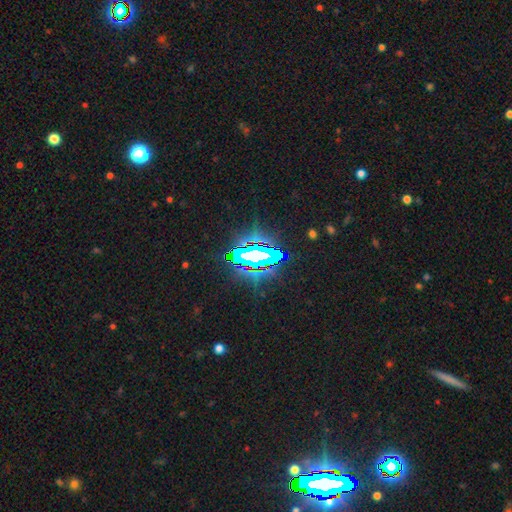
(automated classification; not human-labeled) Q: Smooth or featured?
A: star or artifact (75%); runner-up: featured or disk (13%)